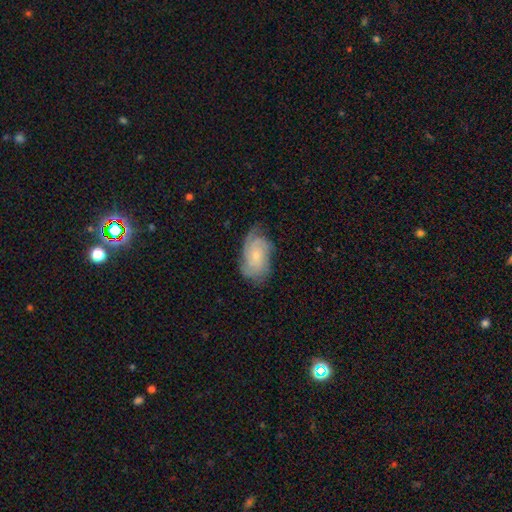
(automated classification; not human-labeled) Smooth or featured? Predicted: featured or disk (p=0.68). Edge-on disk? Predicted: no (p=0.96). Bar? Predicted: no (p=0.75). Spiral arms? Predicted: yes (p=0.93). Spiral winding? Predicted: tight (p=0.52). Spiral arm count? Predicted: can't tell (p=0.33). Bulge size? Predicted: small (p=0.68). Merging? Predicted: none (p=0.63).